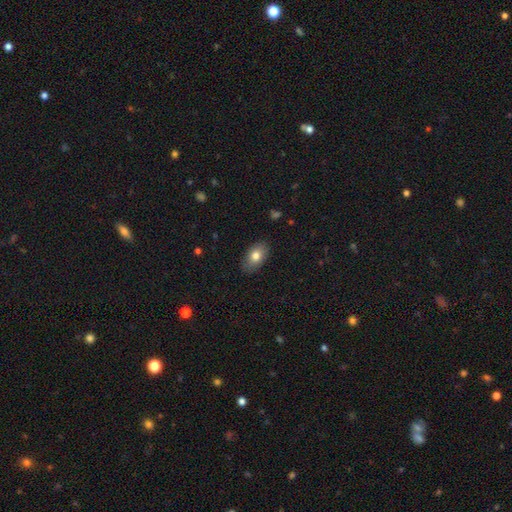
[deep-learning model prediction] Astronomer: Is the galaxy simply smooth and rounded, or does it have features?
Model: smooth — 78%.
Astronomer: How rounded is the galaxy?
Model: in between — 89%.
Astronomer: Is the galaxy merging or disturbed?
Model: none — 84%.